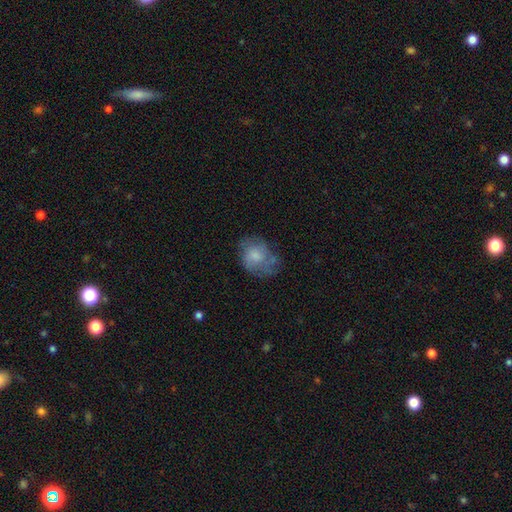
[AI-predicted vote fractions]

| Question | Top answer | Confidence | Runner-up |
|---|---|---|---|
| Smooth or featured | smooth | 53% | featured or disk (38%) |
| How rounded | in between | 59% | round (40%) |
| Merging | none | 51% | minor disturbance (28%) |